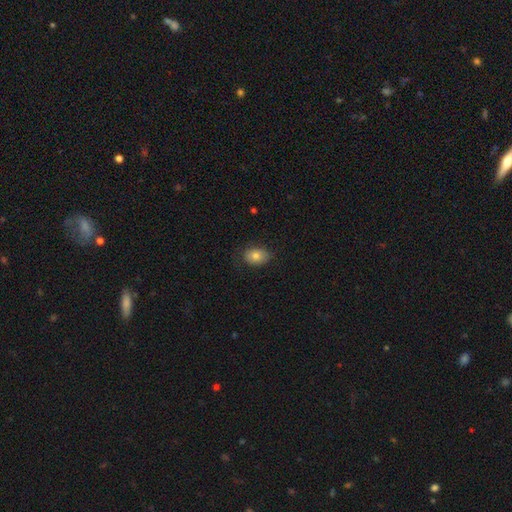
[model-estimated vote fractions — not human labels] smooth 80%, featured or disk 11%, star or artifact 9%. Down the decision tree: how rounded — in between (74%); merging — none (80%).